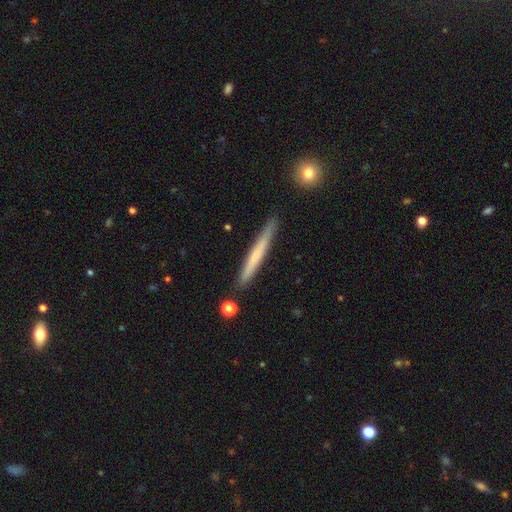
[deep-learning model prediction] Smooth or featured? smooth (57%)
How rounded? cigar-shaped (97%)
Merging? none (87%)